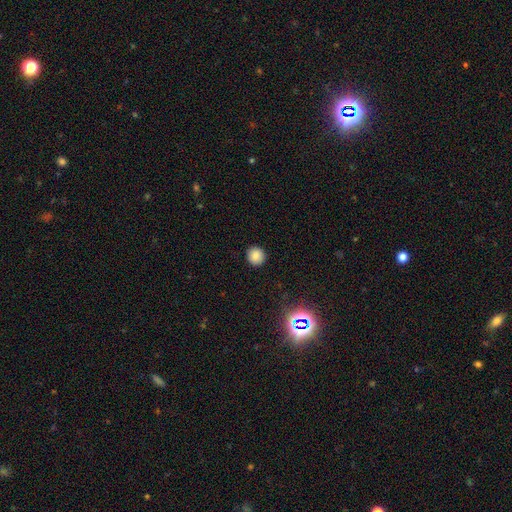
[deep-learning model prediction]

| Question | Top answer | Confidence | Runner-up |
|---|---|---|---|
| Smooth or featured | smooth | 84% | star or artifact (11%) |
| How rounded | round | 93% | in between (6%) |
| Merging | none | 92% | minor disturbance (6%) |